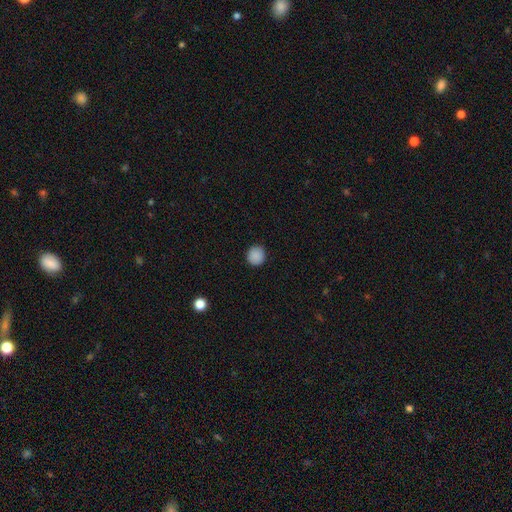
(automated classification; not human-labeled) Smooth or featured? Predicted: smooth (p=0.89). How rounded? Predicted: round (p=0.93). Merging? Predicted: none (p=0.91).